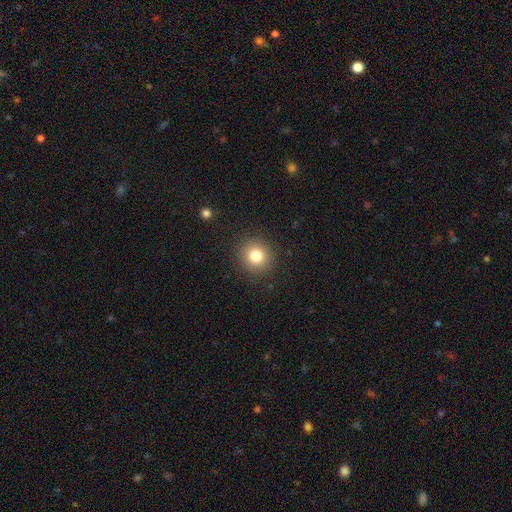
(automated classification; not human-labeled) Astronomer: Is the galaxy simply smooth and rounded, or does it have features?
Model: smooth — 80%.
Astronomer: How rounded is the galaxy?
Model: round — 91%.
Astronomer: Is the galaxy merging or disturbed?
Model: none — 90%.